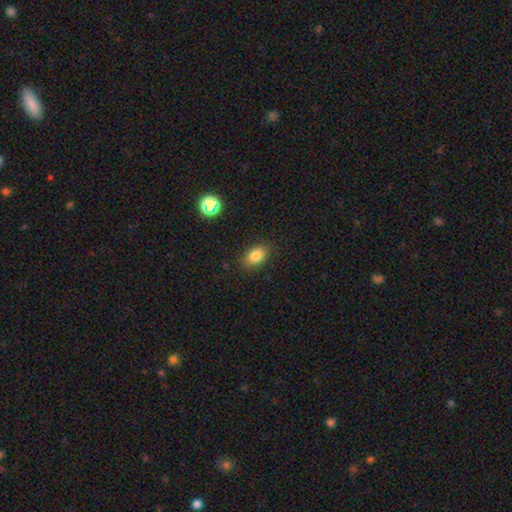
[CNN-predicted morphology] Smooth or featured? Predicted: smooth (p=0.81). How rounded? Predicted: in between (p=0.86). Merging? Predicted: none (p=0.87).